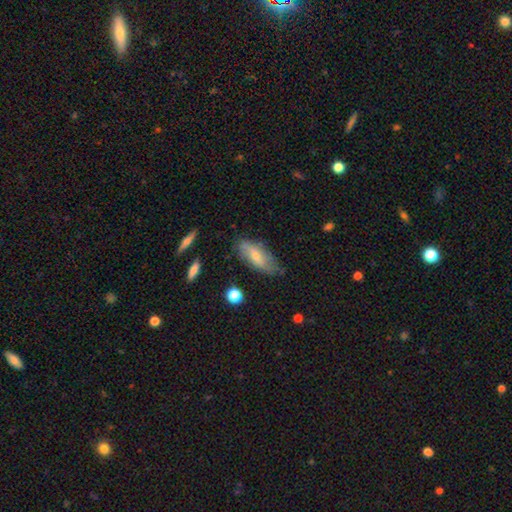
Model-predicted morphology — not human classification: This is possibly a smooth galaxy (59%). How rounded: likely in between (75%). Merging: likely none (66%).